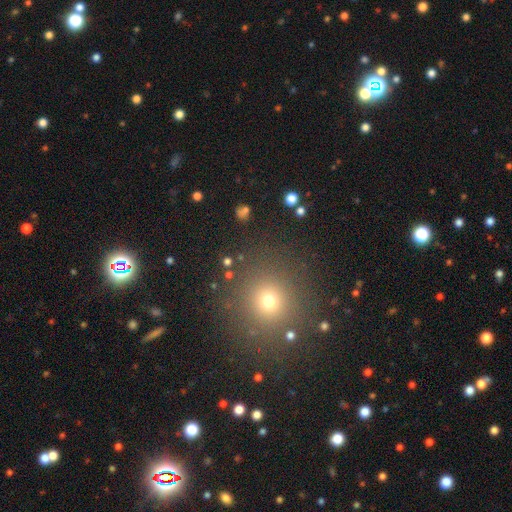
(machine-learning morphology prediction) smooth 55%, star or artifact 37%, featured or disk 8%. Down the decision tree: how rounded — round (91%); merging — none (88%).